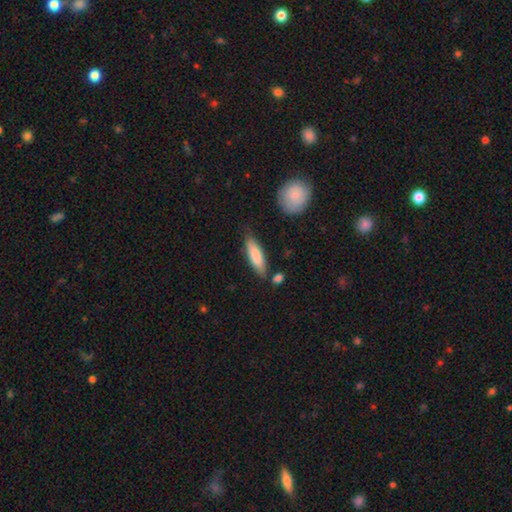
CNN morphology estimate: smooth_or_featured: smooth (p=0.80) [alt: featured or disk p=0.15]
how_rounded: cigar-shaped (p=0.61) [alt: in between p=0.37]
merging: none (p=0.75) [alt: minor disturbance p=0.16]